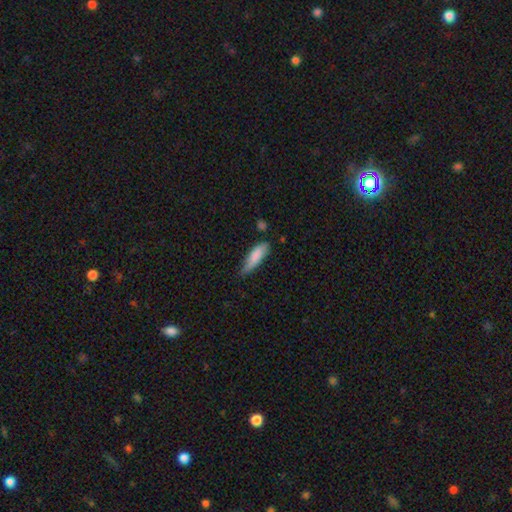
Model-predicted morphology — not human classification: Smooth or featured? smooth (82%)
How rounded? cigar-shaped (51%)
Merging? none (48%)